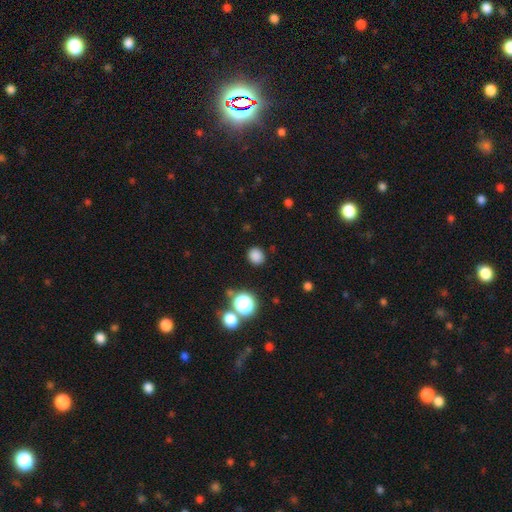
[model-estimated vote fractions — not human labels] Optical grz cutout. It shows a smooth galaxy with no disk features (81%) that is round (80%). Merging: none (88%).